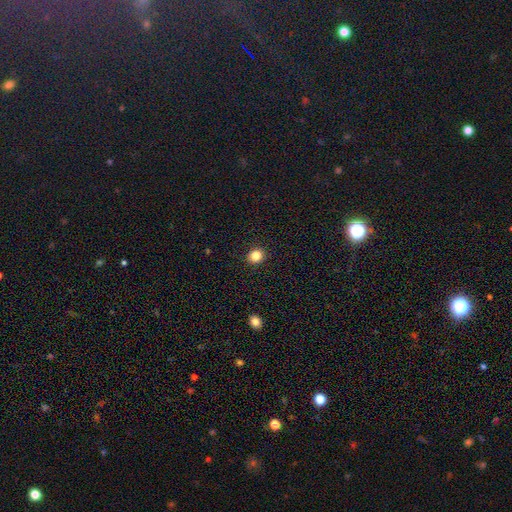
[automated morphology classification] Q: Smooth or featured?
A: smooth (84%); runner-up: star or artifact (12%)
Q: How rounded?
A: round (78%); runner-up: in between (21%)
Q: Merging?
A: none (92%); runner-up: minor disturbance (5%)